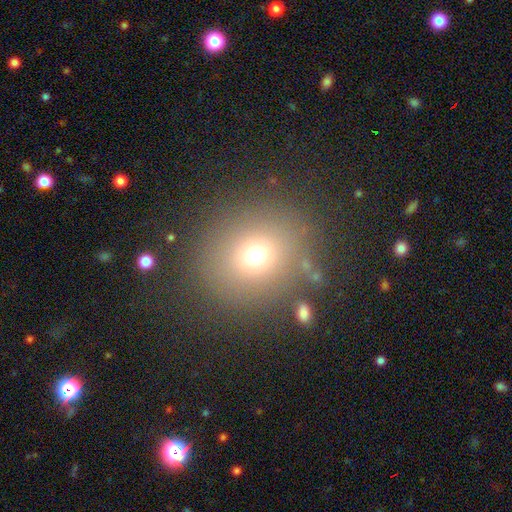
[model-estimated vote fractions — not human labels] Smooth or featured? Predicted: smooth (p=0.69). How rounded? Predicted: round (p=0.86). Merging? Predicted: none (p=0.81).